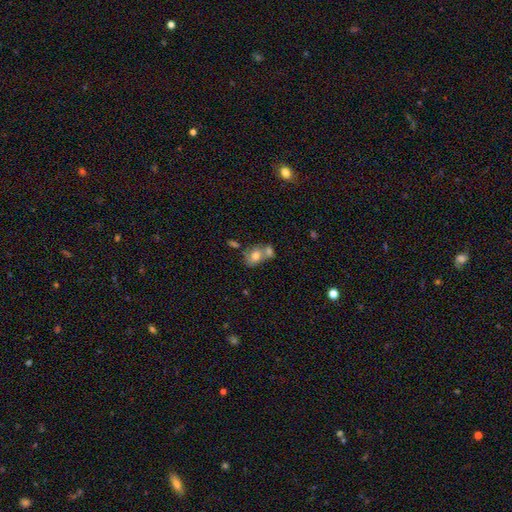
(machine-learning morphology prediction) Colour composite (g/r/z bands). It shows a smooth galaxy with no disk features (72%) that is in between round and cigar-shaped (62%). Merging: merger (47%).